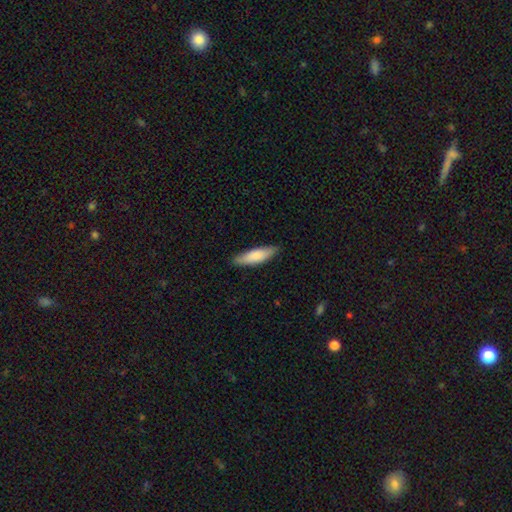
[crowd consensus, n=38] Overall: smooth (74%). How rounded: cigar-shaped (61%; in between 39%). Merging: none (82%).